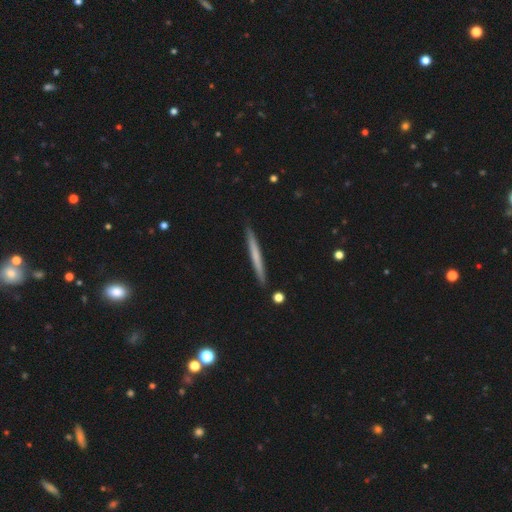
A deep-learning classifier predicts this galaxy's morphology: Smooth or featured: smooth — 57% (featured or disk — 38%)
How rounded: cigar-shaped — 97% (in between — 2%)
Merging: none — 91% (minor disturbance — 6%)